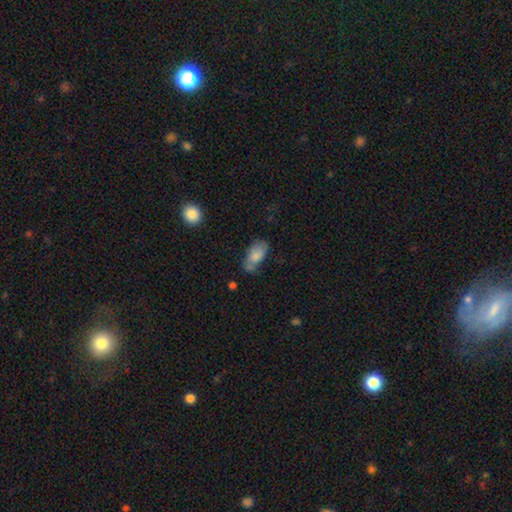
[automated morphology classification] A smooth galaxy with no disk features (76%) that is in between round and cigar-shaped (91%).

Vote fractions:
- Smooth or featured? smooth: 76% / featured or disk: 16% / star or artifact: 8%
- How rounded? in between: 91% / cigar-shaped: 5% / round: 4%
- Merging? none: 48% / minor disturbance: 31% / major disturbance: 11% / merger: 10%